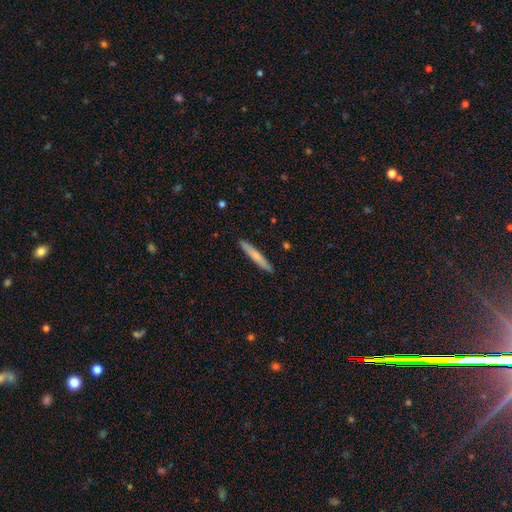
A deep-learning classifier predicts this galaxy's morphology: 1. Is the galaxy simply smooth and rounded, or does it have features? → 68% smooth, 27% featured or disk, 5% star or artifact.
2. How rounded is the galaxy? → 96% cigar-shaped, 3% in between, 1% round.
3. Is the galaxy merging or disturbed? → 91% none, 6% minor disturbance, 1% major disturbance, 1% merger.